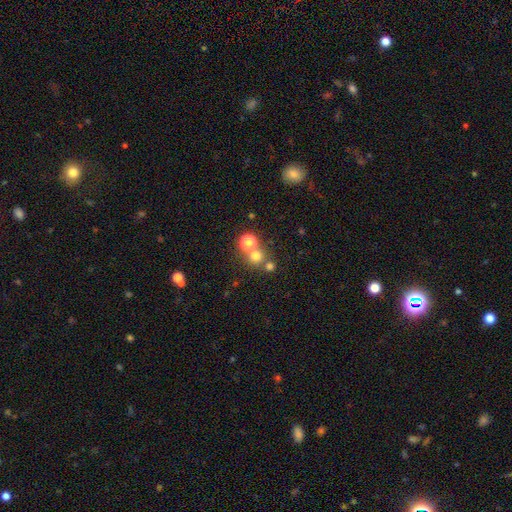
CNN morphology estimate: smooth-or-featured: smooth: 70% | star or artifact: 21% | featured or disk: 9%
  how-rounded: round: 91% | in between: 8% | cigar-shaped: 1%
  merging: none: 63% | merger: 28% | minor disturbance: 6% | major disturbance: 3%